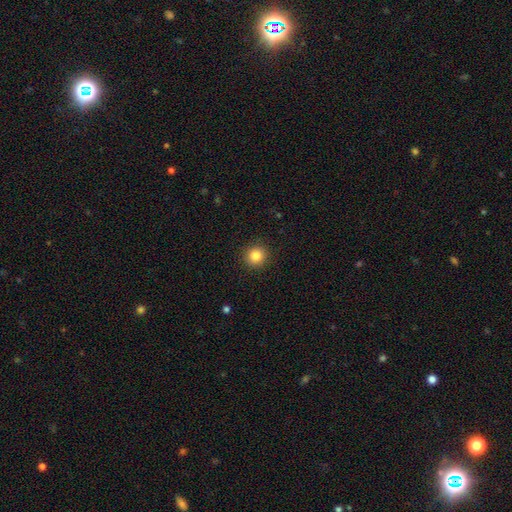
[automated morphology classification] This appears to be a smooth galaxy with no disk features (84%) that is round (93%). Merging: none (92%).